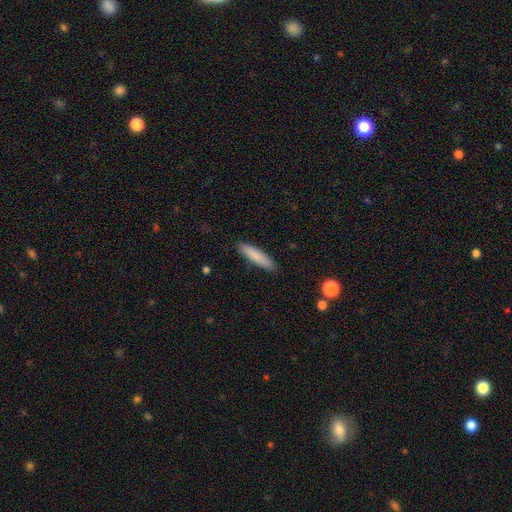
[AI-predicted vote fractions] Smooth or featured: smooth — 84% (featured or disk — 9%)
How rounded: cigar-shaped — 79% (in between — 19%)
Merging: none — 89% (minor disturbance — 8%)